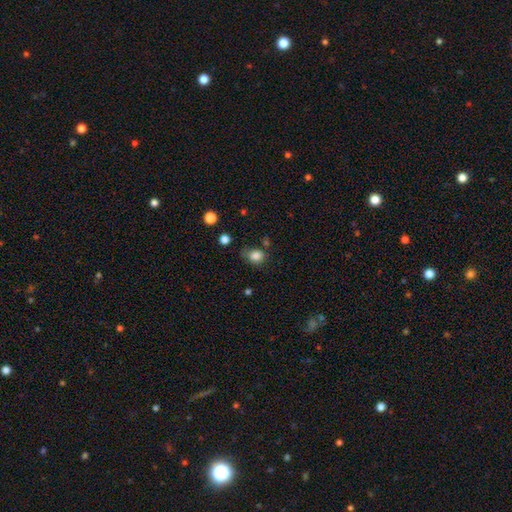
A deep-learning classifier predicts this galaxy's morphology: Q: Smooth or featured?
A: smooth (84%); runner-up: star or artifact (11%)
Q: How rounded?
A: round (54%); runner-up: in between (45%)
Q: Merging?
A: none (58%); runner-up: minor disturbance (29%)